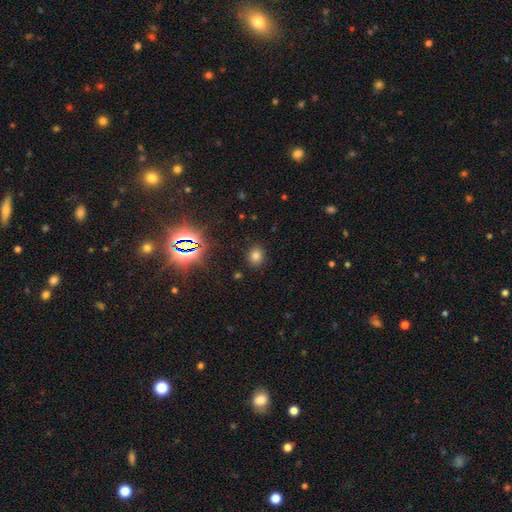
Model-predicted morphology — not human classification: smooth-or-featured: smooth: 74% | star or artifact: 20% | featured or disk: 6%
  how-rounded: round: 57% | in between: 42% | cigar-shaped: 1%
  merging: none: 87% | minor disturbance: 8% | major disturbance: 3% | merger: 2%